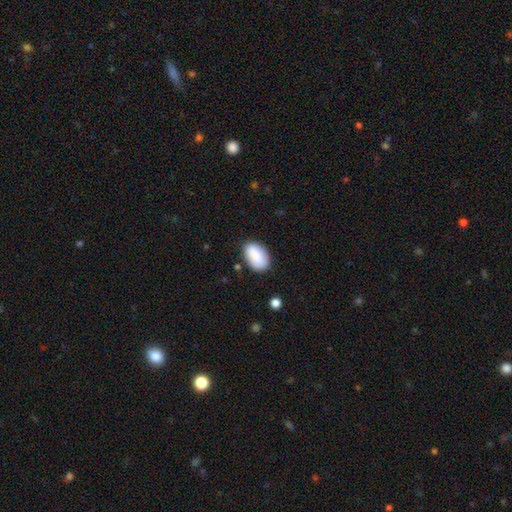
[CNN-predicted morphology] Smooth or featured?
  - smooth: 86% *
  - featured or disk: 8%
  - star or artifact: 7%
How rounded?
  - in between: 92% *
  - round: 7%
  - cigar-shaped: 1%
Merging?
  - none: 80% *
  - minor disturbance: 15%
  - major disturbance: 3%
  - merger: 2%